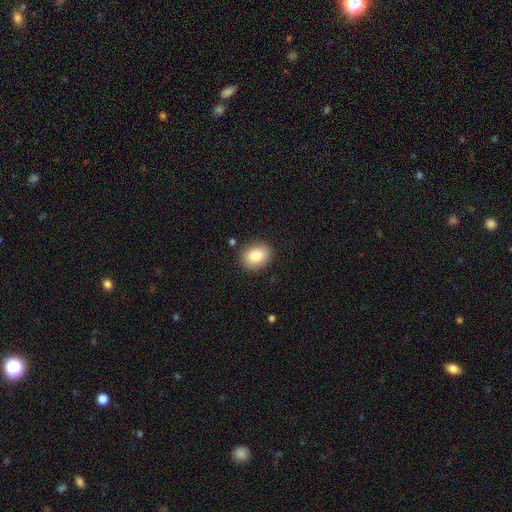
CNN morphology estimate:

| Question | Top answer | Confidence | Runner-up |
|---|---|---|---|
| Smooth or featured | smooth | 85% | featured or disk (8%) |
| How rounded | in between | 59% | round (40%) |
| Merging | none | 86% | minor disturbance (10%) |